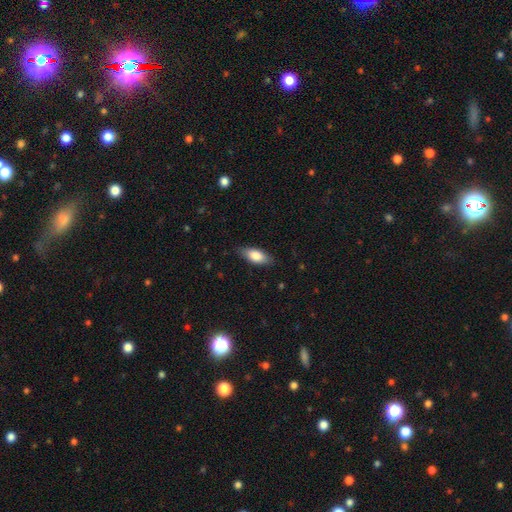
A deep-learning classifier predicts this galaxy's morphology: This is clearly a smooth galaxy (80%). How rounded: clearly in between (81%). Merging: clearly none (83%).